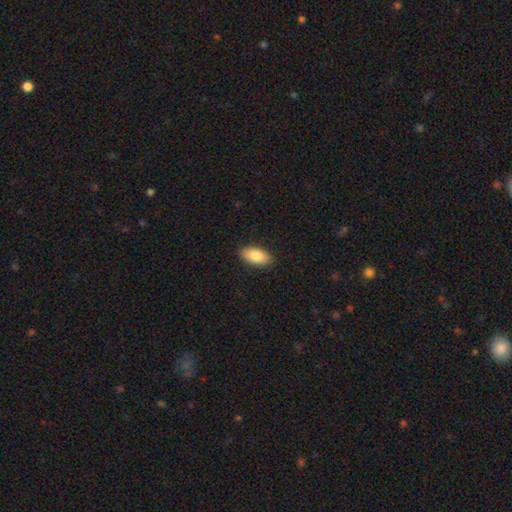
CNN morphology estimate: This is clearly a smooth galaxy (85%). How rounded: clearly in between (92%). Merging: clearly none (89%).